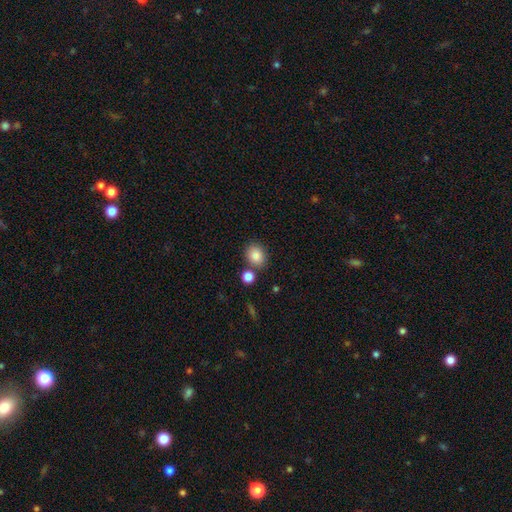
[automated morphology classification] A smooth galaxy with no disk features (83%) that is round (59%).

Vote fractions:
- Smooth or featured? smooth: 83% / star or artifact: 10% / featured or disk: 7%
- How rounded? round: 59% / in between: 40% / cigar-shaped: 1%
- Merging? none: 76% / merger: 12% / minor disturbance: 10% / major disturbance: 3%